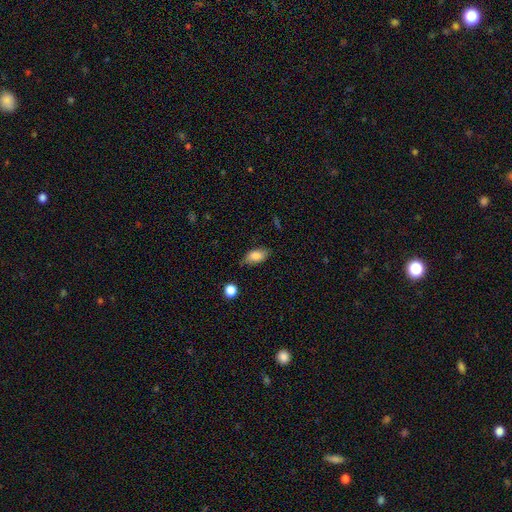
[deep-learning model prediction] Smooth or featured? smooth (82%)
How rounded? in between (90%)
Merging? none (75%)